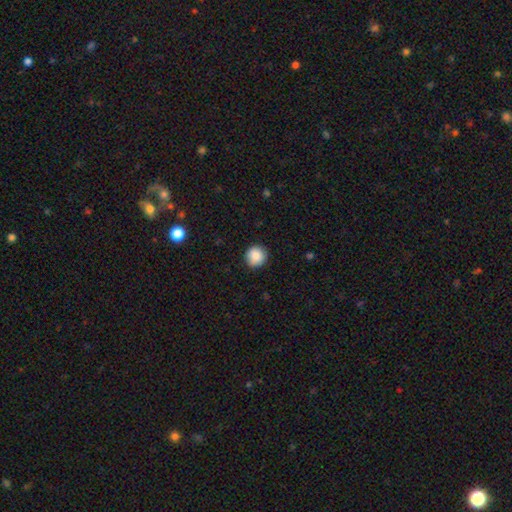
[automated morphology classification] smooth_or_featured: smooth (p=0.87) [alt: star or artifact p=0.08]
how_rounded: round (p=0.93) [alt: in between p=0.06]
merging: none (p=0.90) [alt: minor disturbance p=0.07]